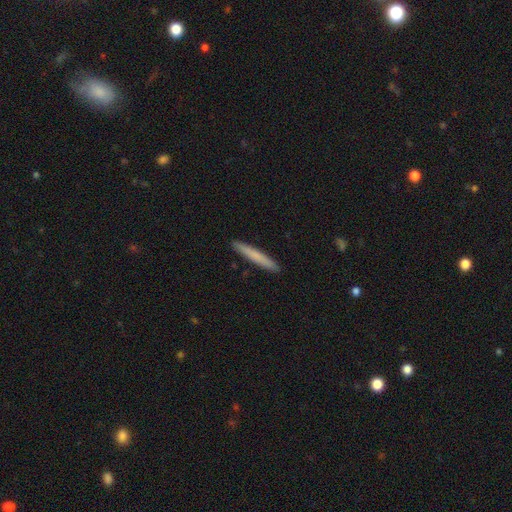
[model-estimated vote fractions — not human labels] smooth-or-featured: smooth: 75% | featured or disk: 20% | star or artifact: 5%
  how-rounded: cigar-shaped: 96% | in between: 3% | round: 1%
  merging: none: 92% | minor disturbance: 5% | major disturbance: 1% | merger: 1%